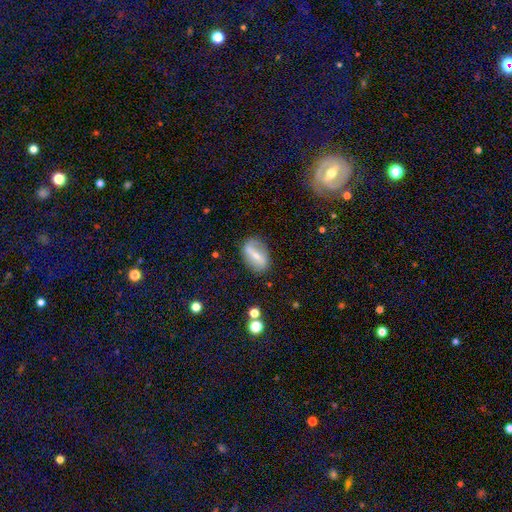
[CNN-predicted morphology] Smooth or featured? Predicted: featured or disk (p=0.53). Edge-on disk? Predicted: no (p=0.84). Merging? Predicted: none (p=0.80).